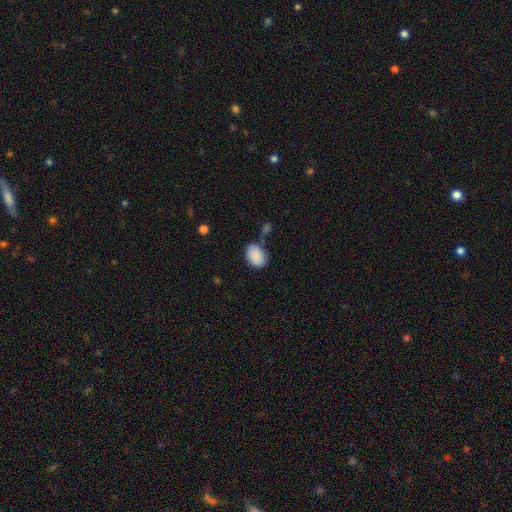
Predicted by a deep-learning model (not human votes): smooth_or_featured: smooth (p=0.87) [alt: star or artifact p=0.07]
how_rounded: in between (p=0.81) [alt: round p=0.18]
merging: none (p=0.59) [alt: minor disturbance p=0.23]